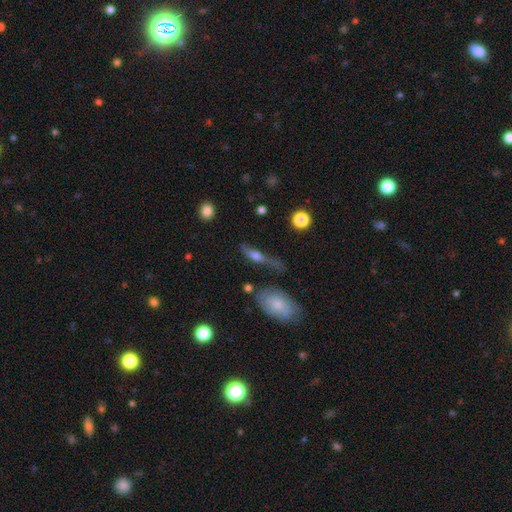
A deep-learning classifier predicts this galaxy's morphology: Smooth or featured: featured or disk — 51% (smooth — 38%)
Edge-on disk: yes — 83% (no — 17%)
Merging: none — 56% (minor disturbance — 22%)